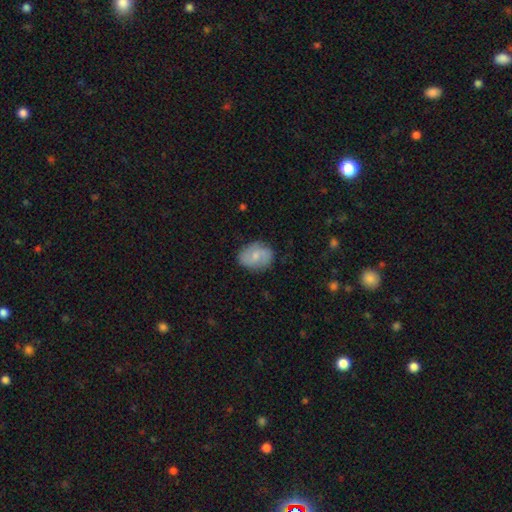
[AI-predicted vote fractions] Smooth or featured: smooth — 50% (featured or disk — 42%)
How rounded: in between — 63% (round — 36%)
Merging: none — 80% (minor disturbance — 15%)